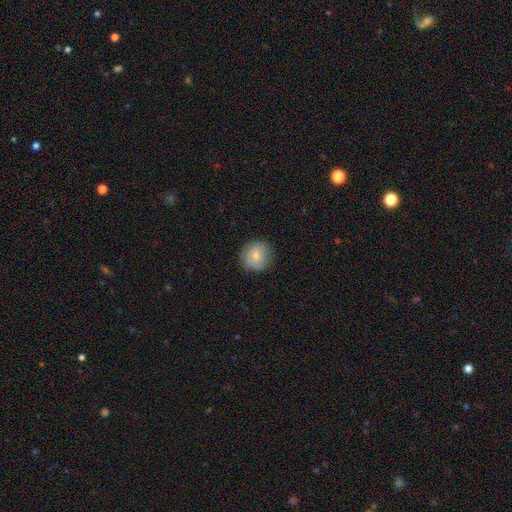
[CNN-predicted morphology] Smooth or featured: smooth — 69% (featured or disk — 23%)
How rounded: round — 88% (in between — 11%)
Merging: none — 81% (minor disturbance — 14%)